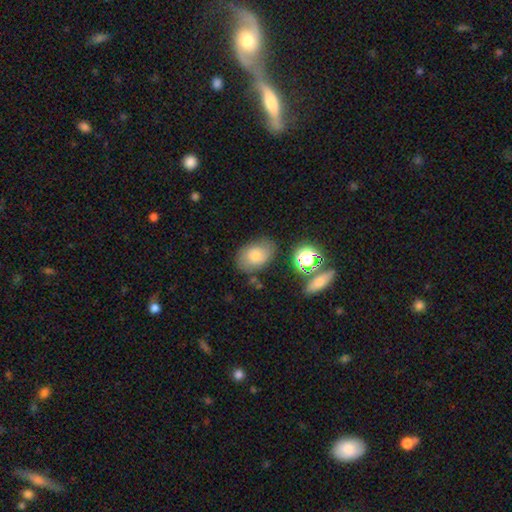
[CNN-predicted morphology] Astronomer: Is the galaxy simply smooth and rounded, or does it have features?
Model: smooth — 72%.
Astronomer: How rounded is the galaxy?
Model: in between — 77%.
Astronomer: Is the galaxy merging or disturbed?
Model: none — 69%.